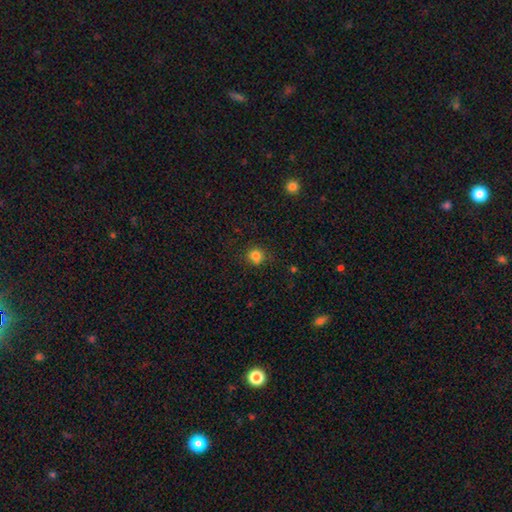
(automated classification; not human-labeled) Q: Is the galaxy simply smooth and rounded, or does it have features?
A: smooth — 82%.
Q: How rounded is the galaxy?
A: round — 86%.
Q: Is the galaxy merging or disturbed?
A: none — 79%.